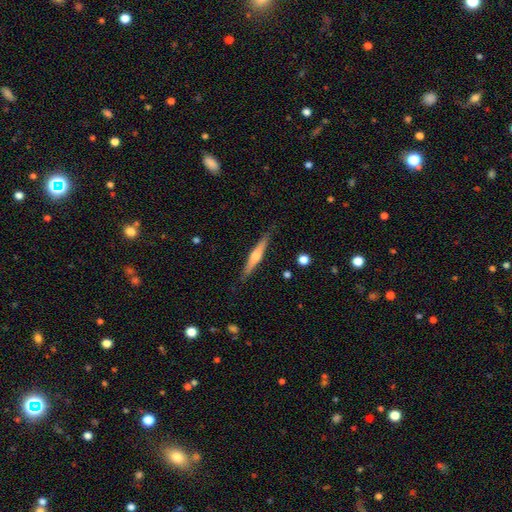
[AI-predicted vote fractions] featured or disk 58%, smooth 36%, star or artifact 6%. Down the decision tree: edge-on disk — yes (97%); edge-on bulge — rounded (84%); merging — none (87%).